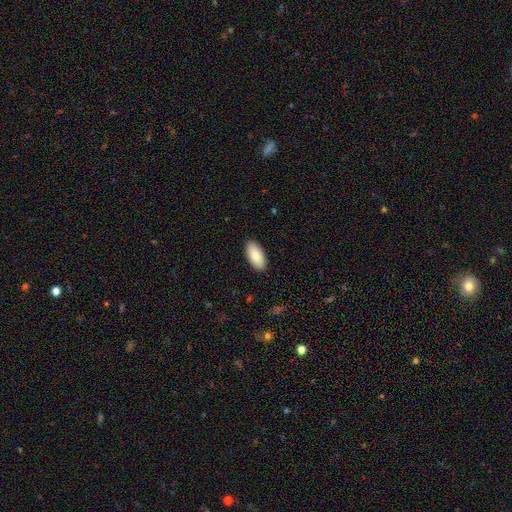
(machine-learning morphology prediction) A smooth galaxy with no disk features (85%) that is in between round and cigar-shaped (92%).

Vote fractions:
- Smooth or featured? smooth: 85% / featured or disk: 9% / star or artifact: 6%
- How rounded? in between: 92% / cigar-shaped: 6% / round: 2%
- Merging? none: 90% / minor disturbance: 7% / major disturbance: 2% / merger: 1%